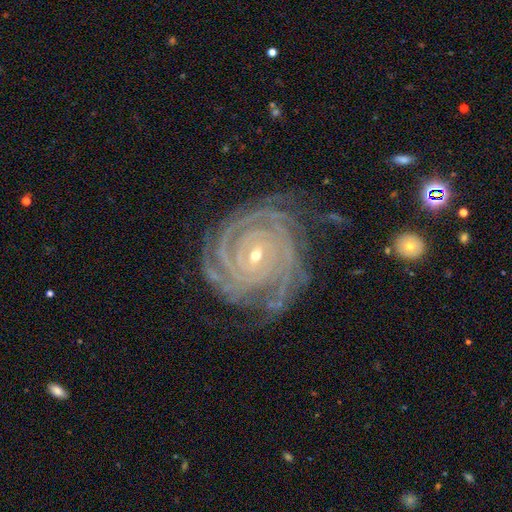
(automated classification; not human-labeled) A featured or disk galaxy (92%) with no bar (48%), 4 (25%) tight (89%) spiral arms (99%) and a small central bulge (73%).

Vote fractions:
- Smooth or featured? featured or disk: 92% / star or artifact: 5% / smooth: 3%
- Edge-on disk? no: 97% / yes: 3%
- Bar? no: 48% / weak: 31% / strong: 21%
- Spiral arms? yes: 99% / no: 1%
- Spiral winding? tight: 89% / medium: 9% / loose: 1%
- Spiral arm count? 4: 25% / 3: 19% / 2: 17% / more than 4: 17% / can't tell: 15% / 1: 7%
- Bulge size? small: 73% / moderate: 24% / large: 1% / none: 1% / dominant: 1%
- Merging? none: 72% / minor disturbance: 19% / major disturbance: 7% / merger: 2%